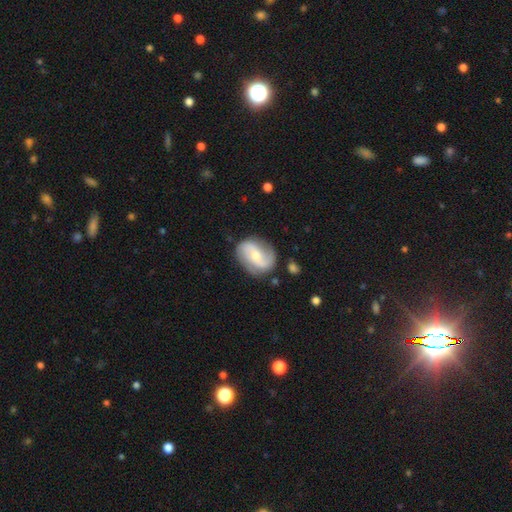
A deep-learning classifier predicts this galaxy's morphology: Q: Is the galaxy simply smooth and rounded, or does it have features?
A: featured or disk — 77%.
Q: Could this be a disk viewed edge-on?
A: no — 97%.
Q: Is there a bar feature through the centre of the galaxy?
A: weak — 41%, tied with no.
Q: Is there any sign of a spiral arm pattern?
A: yes — 93%.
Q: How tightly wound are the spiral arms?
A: loose — 42%.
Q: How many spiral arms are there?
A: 2 — 87%.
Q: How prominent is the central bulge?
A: moderate — 53%.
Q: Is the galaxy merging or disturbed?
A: none — 77%.